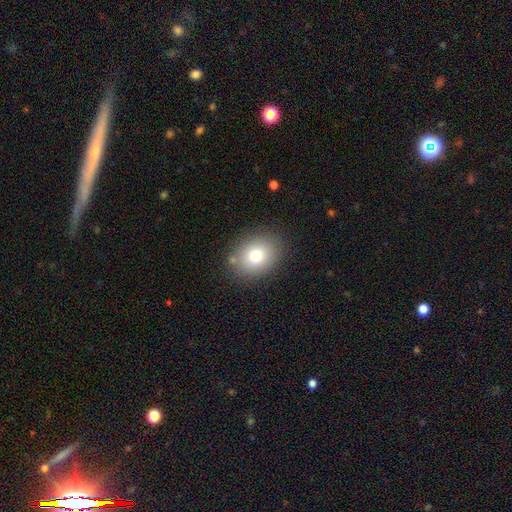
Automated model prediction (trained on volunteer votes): The model was most divided on "how rounded": in between: 54%, round: 46%, cigar-shaped: 1%. More confident: merging — none (84%); smooth or featured — smooth (78%).